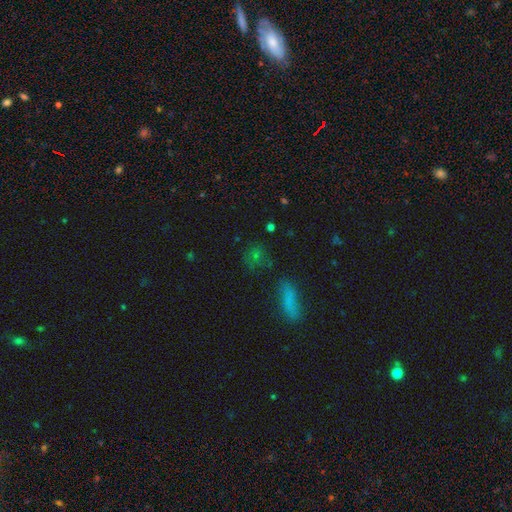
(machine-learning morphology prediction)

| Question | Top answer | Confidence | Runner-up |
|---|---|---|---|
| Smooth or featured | smooth | 58% | star or artifact (29%) |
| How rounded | round | 43% | in between (41%) |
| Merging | none | 69% | minor disturbance (16%) |